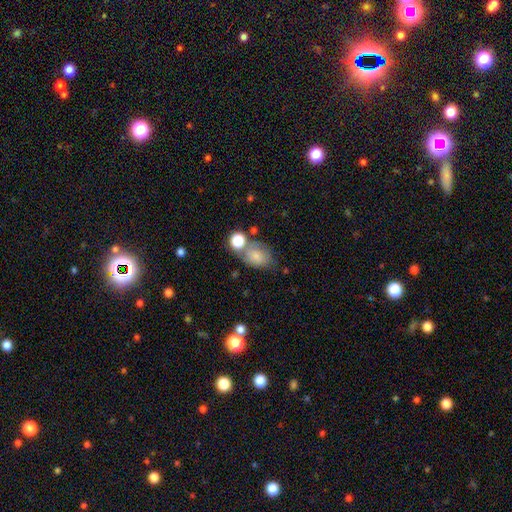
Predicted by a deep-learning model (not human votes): This appears to be a smooth galaxy with no disk features (77%) that is in between round and cigar-shaped (66%). Merging: none (46%).